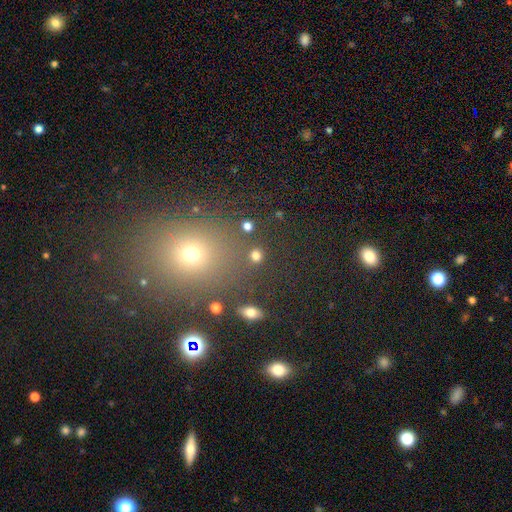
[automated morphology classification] smooth 79%, star or artifact 15%, featured or disk 6%. Down the decision tree: how rounded — round (83%); merging — none (82%).